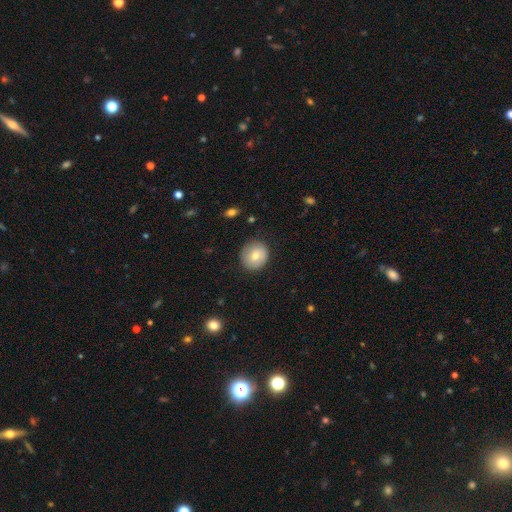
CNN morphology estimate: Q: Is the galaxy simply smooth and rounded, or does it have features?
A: smooth — 70%.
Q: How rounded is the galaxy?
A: round — 82%.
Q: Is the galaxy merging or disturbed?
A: none — 84%.